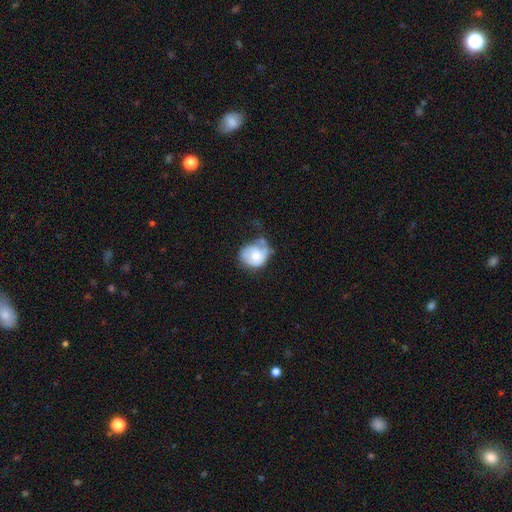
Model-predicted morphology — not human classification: The model was most divided on "merging": minor disturbance: 34%, none: 29%, major disturbance: 24%, merger: 13%. More confident: how rounded — round (63%); smooth or featured — smooth (57%).